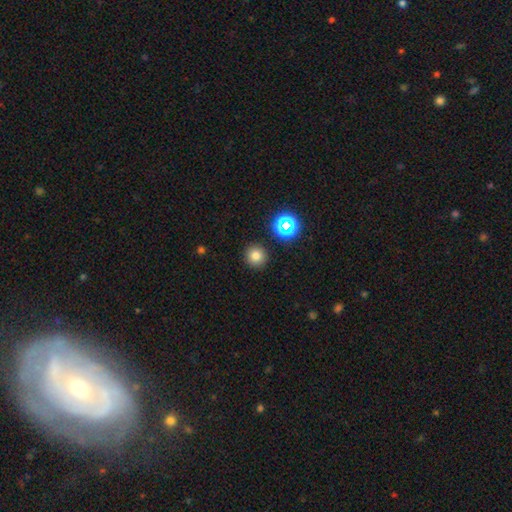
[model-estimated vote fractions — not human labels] This appears to be a smooth galaxy with no disk features (77%) that is round (94%). Merging: none (91%).